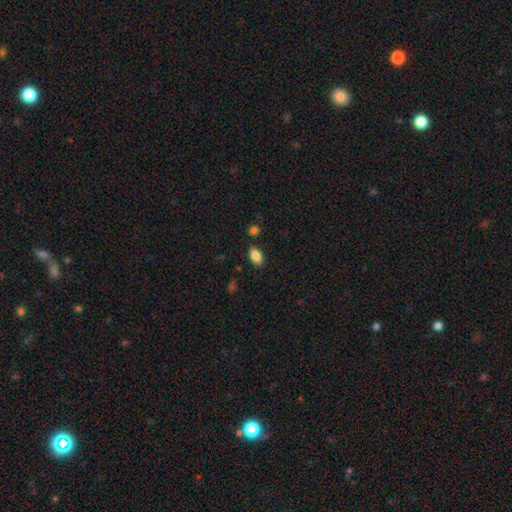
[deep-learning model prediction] smooth-or-featured: smooth: 86% | star or artifact: 8% | featured or disk: 6%
  how-rounded: in between: 92% | round: 5% | cigar-shaped: 3%
  merging: none: 84% | minor disturbance: 10% | merger: 3% | major disturbance: 2%